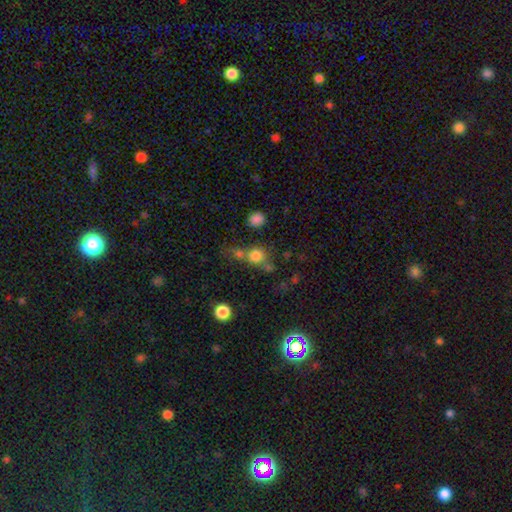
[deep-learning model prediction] Smooth or featured?
  - smooth: 76% *
  - star or artifact: 15%
  - featured or disk: 9%
How rounded?
  - round: 86% *
  - in between: 13%
  - cigar-shaped: 1%
Merging?
  - none: 47% *
  - merger: 37%
  - minor disturbance: 10%
  - major disturbance: 6%